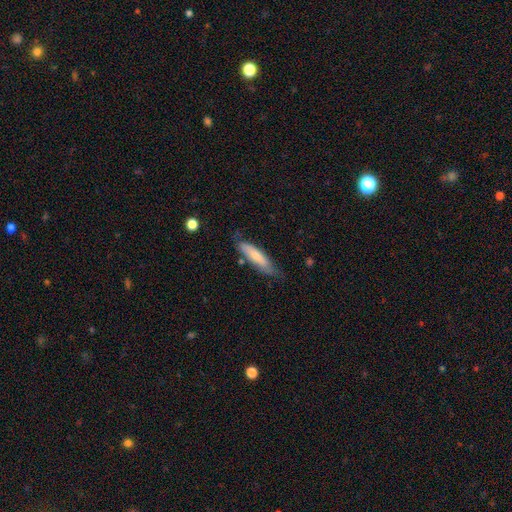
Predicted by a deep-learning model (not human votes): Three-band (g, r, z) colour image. It shows a smooth galaxy with no disk features (68%) that is cigar-shaped (72%). Merging: none (67%).